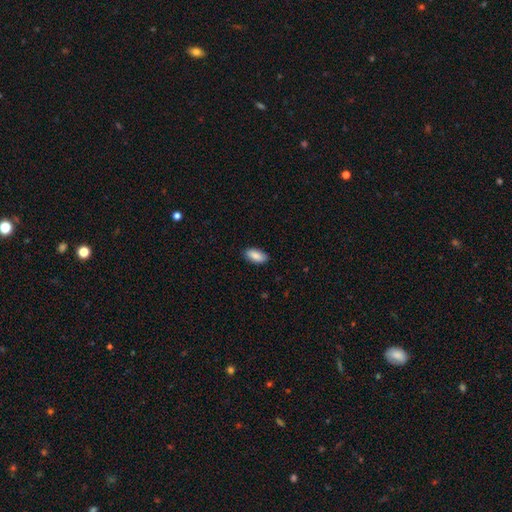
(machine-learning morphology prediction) Smooth or featured: smooth — 88% (star or artifact — 6%)
How rounded: in between — 90% (cigar-shaped — 8%)
Merging: none — 88% (minor disturbance — 9%)